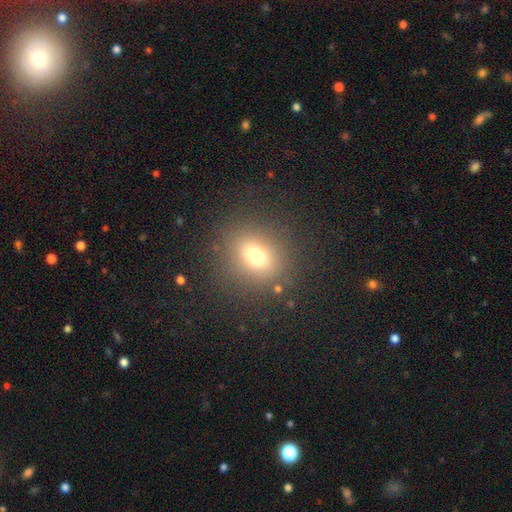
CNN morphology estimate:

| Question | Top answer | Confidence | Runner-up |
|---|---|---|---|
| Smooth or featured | smooth | 72% | star or artifact (18%) |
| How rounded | round | 65% | in between (33%) |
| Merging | none | 84% | minor disturbance (9%) |